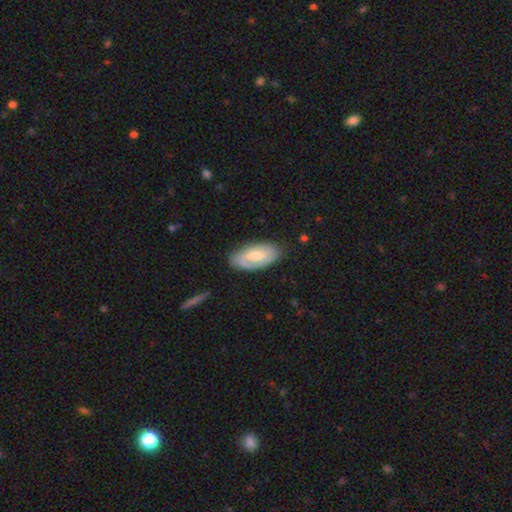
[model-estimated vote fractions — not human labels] smooth_or_featured: featured or disk (p=0.54) [alt: smooth p=0.40]
disk_edge_on: no (p=0.91) [alt: yes p=0.09]
merging: none (p=0.76) [alt: minor disturbance p=0.17]